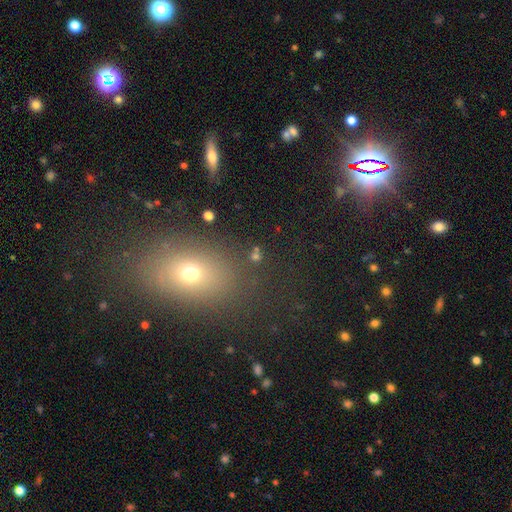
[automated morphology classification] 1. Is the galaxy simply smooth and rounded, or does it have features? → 53% smooth, 32% star or artifact, 15% featured or disk.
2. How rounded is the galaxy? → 49% round, 47% in between, 4% cigar-shaped.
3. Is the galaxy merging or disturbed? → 77% none, 11% minor disturbance, 6% major disturbance, 6% merger.